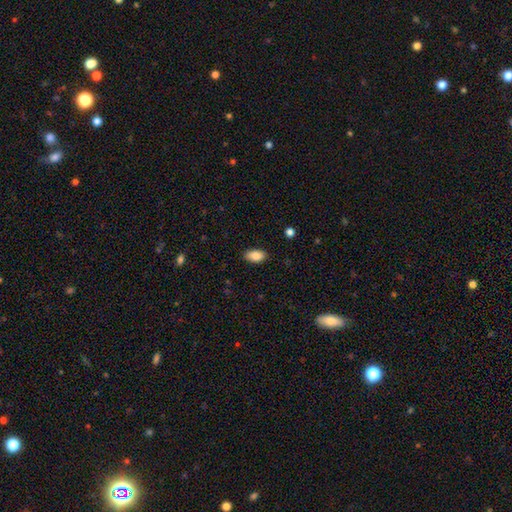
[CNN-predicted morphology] Smooth or featured? Predicted: smooth (p=0.86). How rounded? Predicted: in between (p=0.93). Merging? Predicted: none (p=0.87).